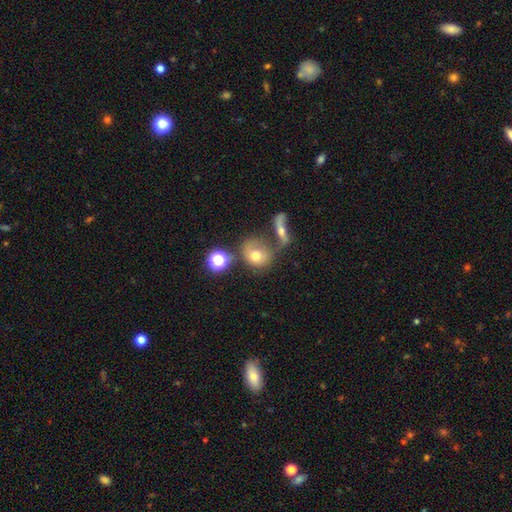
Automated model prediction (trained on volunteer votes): Smooth or featured?
  - smooth: 65% *
  - featured or disk: 22%
  - star or artifact: 14%
How rounded?
  - round: 70% *
  - in between: 28%
  - cigar-shaped: 2%
Merging?
  - none: 39% *
  - merger: 34%
  - minor disturbance: 14%
  - major disturbance: 13%